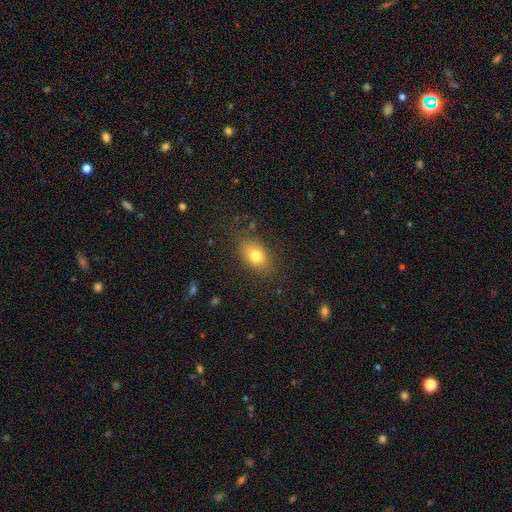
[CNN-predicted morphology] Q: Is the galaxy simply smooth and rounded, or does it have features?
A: smooth — 77%.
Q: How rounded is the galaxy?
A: in between — 81%.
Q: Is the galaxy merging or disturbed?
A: none — 81%.